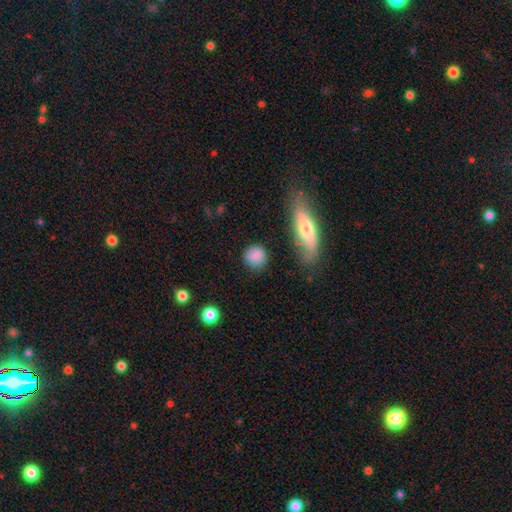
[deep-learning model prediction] Smooth or featured: smooth — 85% (star or artifact — 8%)
How rounded: round — 84% (in between — 14%)
Merging: none — 82% (minor disturbance — 11%)